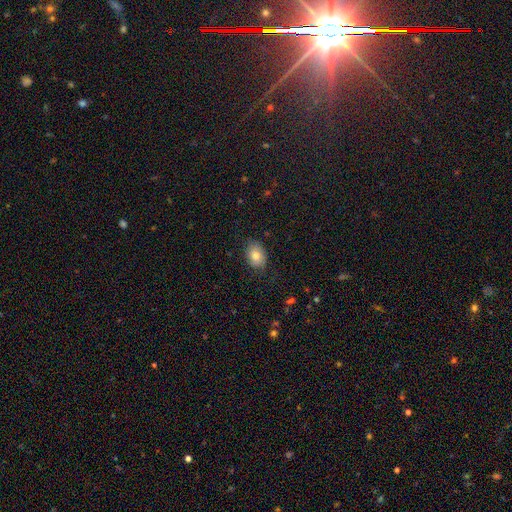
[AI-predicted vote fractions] This is clearly a smooth galaxy (80%). How rounded: likely in between (79%). Merging: likely none (79%).